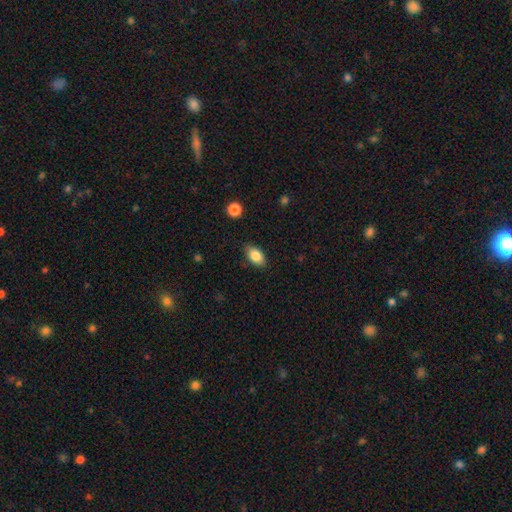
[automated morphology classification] Smooth or featured?
  - smooth: 85% *
  - star or artifact: 8%
  - featured or disk: 7%
How rounded?
  - in between: 90% *
  - round: 8%
  - cigar-shaped: 2%
Merging?
  - none: 84% *
  - minor disturbance: 12%
  - major disturbance: 3%
  - merger: 1%